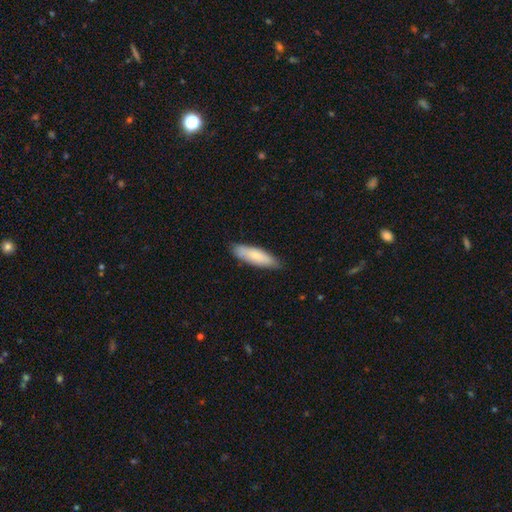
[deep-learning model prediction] Smooth or featured?
  - smooth: 77% *
  - featured or disk: 18%
  - star or artifact: 6%
How rounded?
  - cigar-shaped: 57% *
  - in between: 42%
  - round: 2%
Merging?
  - none: 83% *
  - minor disturbance: 14%
  - major disturbance: 2%
  - merger: 1%